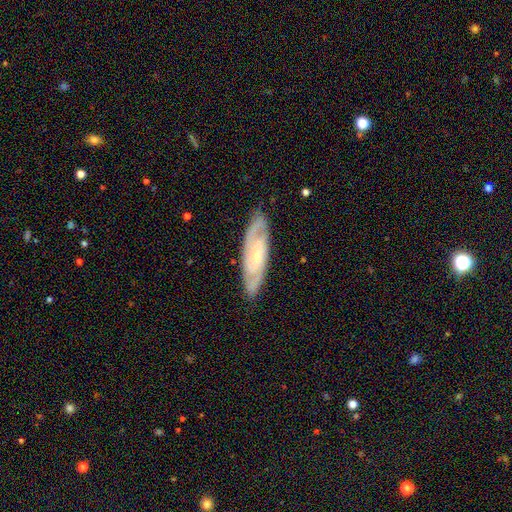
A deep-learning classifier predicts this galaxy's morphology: type=featured or disk (83%); edge-on=no (85%); bar=no (59%); spiral arms=yes (96%); winding=tight (60%); arm count=2 (67%); bulge=small (70%); merging=none (84%).